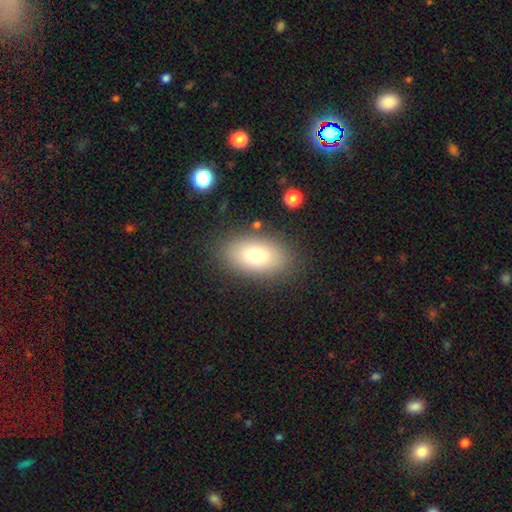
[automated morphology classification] A smooth galaxy with no disk features (76%) that is in between round and cigar-shaped (90%).

Vote fractions:
- Smooth or featured? smooth: 76% / featured or disk: 15% / star or artifact: 9%
- How rounded? in between: 90% / round: 7% / cigar-shaped: 2%
- Merging? none: 85% / minor disturbance: 10% / major disturbance: 4% / merger: 2%